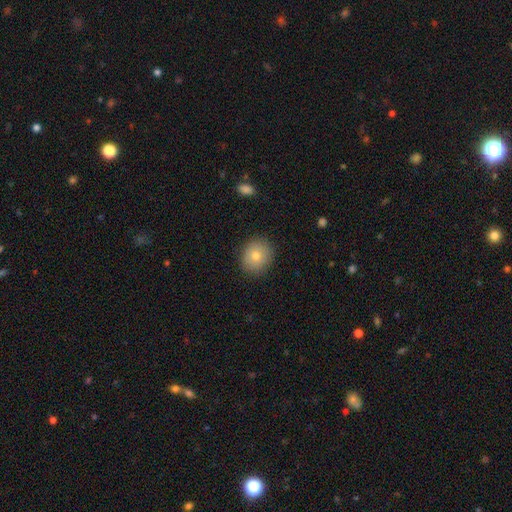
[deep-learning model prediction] smooth_or_featured: smooth (p=0.76) [alt: featured or disk p=0.13]
how_rounded: round (p=0.77) [alt: in between p=0.22]
merging: none (p=0.89) [alt: minor disturbance p=0.07]